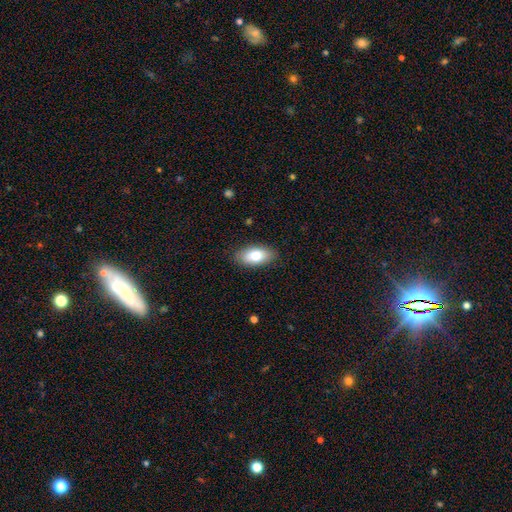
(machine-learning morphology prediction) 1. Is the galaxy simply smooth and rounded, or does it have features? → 79% smooth, 14% featured or disk, 7% star or artifact.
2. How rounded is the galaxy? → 91% in between, 5% cigar-shaped, 3% round.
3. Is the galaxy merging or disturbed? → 87% none, 10% minor disturbance, 2% major disturbance, 1% merger.